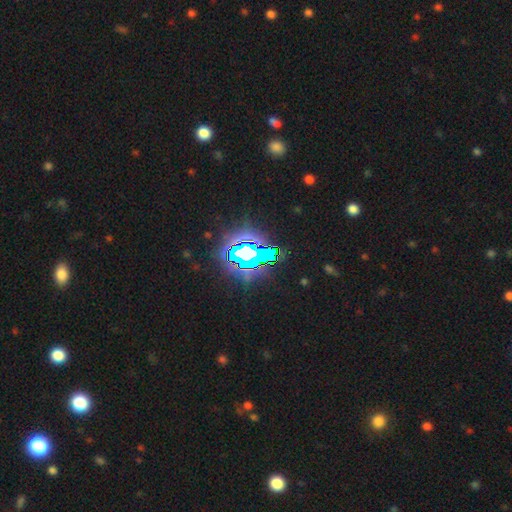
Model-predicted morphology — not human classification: Smooth or featured?
  - star or artifact: 79% *
  - smooth: 12%
  - featured or disk: 10%